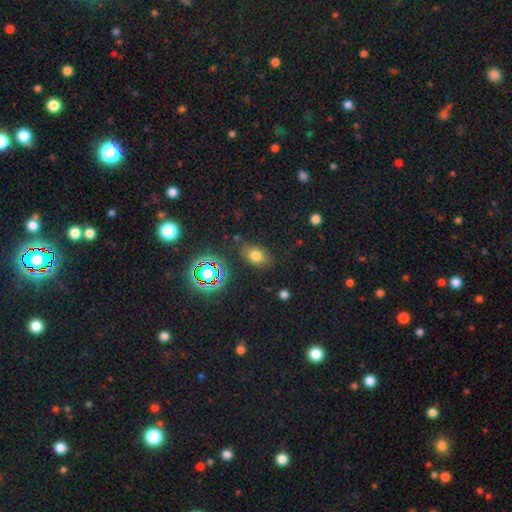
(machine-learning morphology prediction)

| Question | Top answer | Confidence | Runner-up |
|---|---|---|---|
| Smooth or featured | smooth | 70% | star or artifact (20%) |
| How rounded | in between | 73% | round (25%) |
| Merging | none | 78% | minor disturbance (15%) |